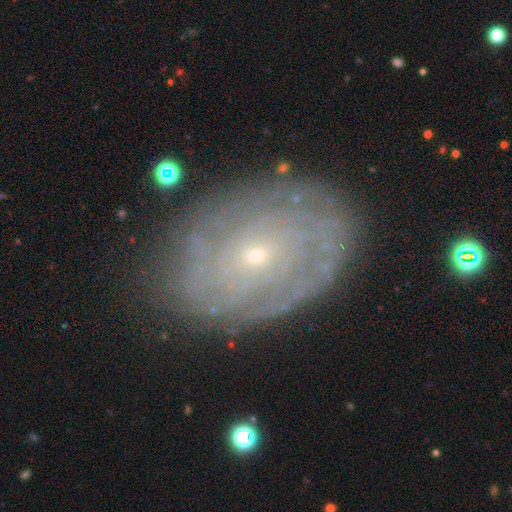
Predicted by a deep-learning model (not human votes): Overall: featured or disk (76%). Edge-on disk: no (95%). Bar: no (77%). Spiral arms: yes (78%). Spiral arm count: can't tell (57%). Spiral winding: tight (77%). Bulge size: small (77%). Merging: none (79%).